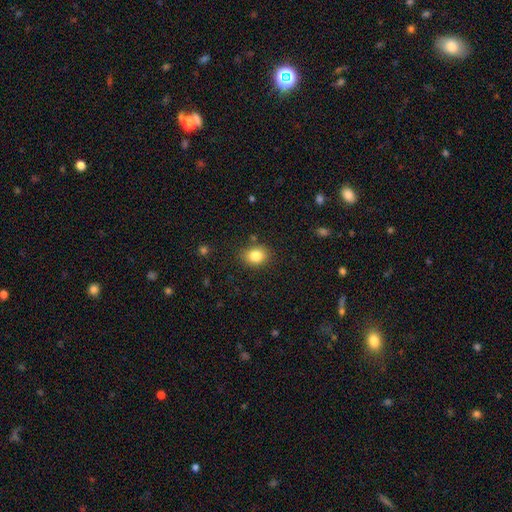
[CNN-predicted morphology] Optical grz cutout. It shows a smooth galaxy with no disk features (83%) that is round (55%). Merging: none (84%).